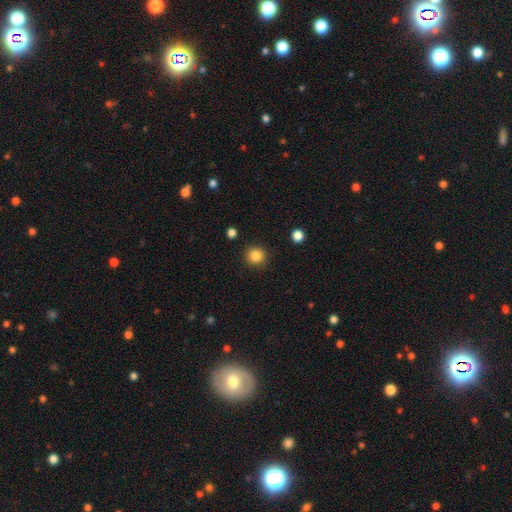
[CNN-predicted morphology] smooth 85%, star or artifact 11%, featured or disk 4%. Down the decision tree: how rounded — round (93%); merging — none (91%).